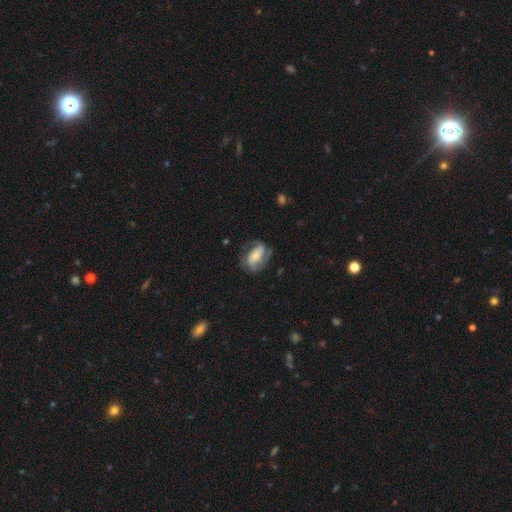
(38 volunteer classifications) featured or disk 74%, smooth 26%, star or artifact 0%. Down the decision tree: edge-on disk — no (96%); bar — strong (41%); spiral arms — yes (89%); spiral arm count — 2 (75%); spiral winding — medium (42%); bulge size — small (63%); merging — none (55%).